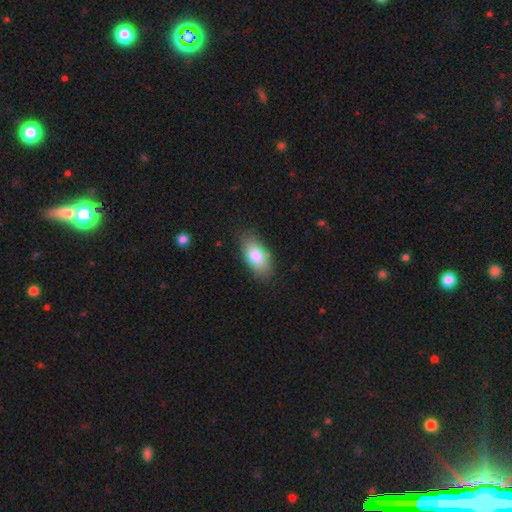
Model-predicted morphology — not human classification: Smooth or featured: smooth — 81% (featured or disk — 12%)
How rounded: in between — 90% (cigar-shaped — 6%)
Merging: none — 82% (minor disturbance — 14%)